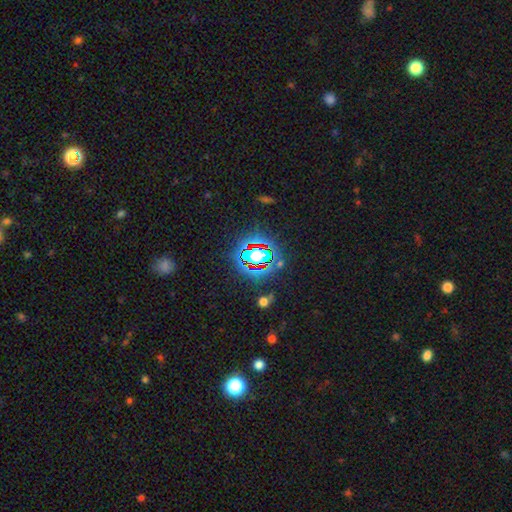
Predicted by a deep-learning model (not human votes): Smooth or featured? star or artifact (65%)